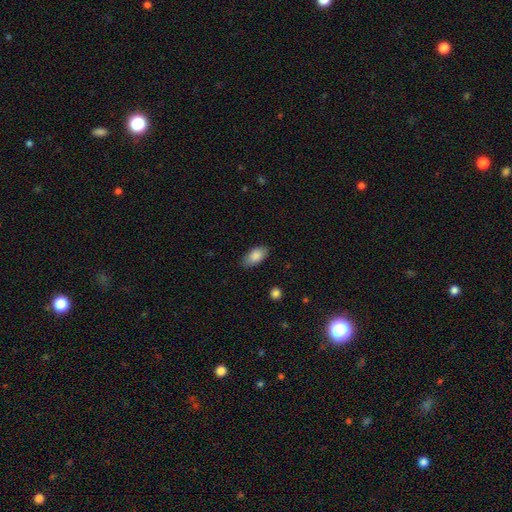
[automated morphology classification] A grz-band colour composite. It shows a smooth galaxy with no disk features (86%) that is in between round and cigar-shaped (93%). Merging: none (84%).